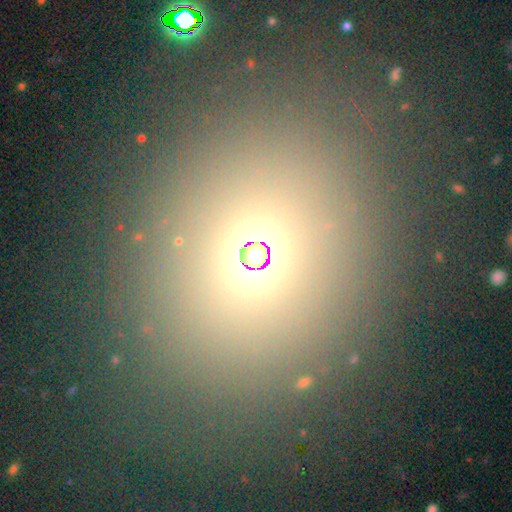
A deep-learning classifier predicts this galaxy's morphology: Smooth or featured: smooth — 55% (star or artifact — 35%)
How rounded: round — 65% (in between — 32%)
Merging: none — 85% (minor disturbance — 8%)